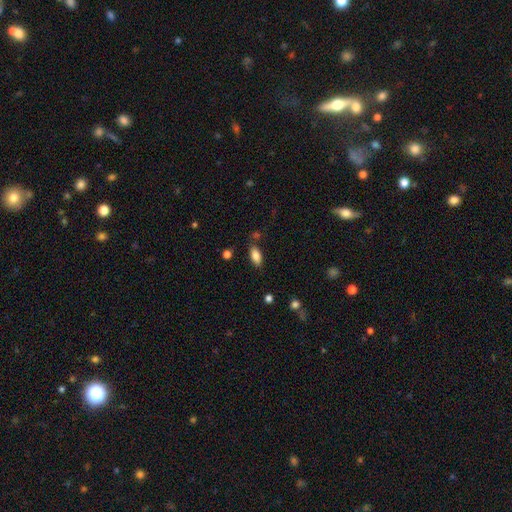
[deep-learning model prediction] This appears to be a smooth galaxy with no disk features (84%) that is in between round and cigar-shaped (89%). Merging: none (78%).